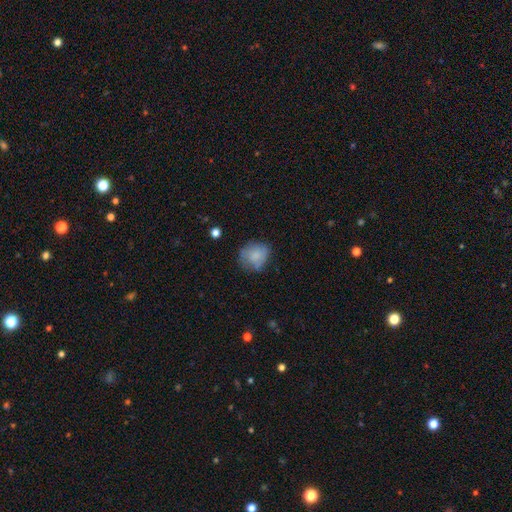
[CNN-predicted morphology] A smooth galaxy with no disk features (75%) that is round (69%).

Vote fractions:
- Smooth or featured? smooth: 75% / featured or disk: 16% / star or artifact: 8%
- How rounded? round: 69% / in between: 30% / cigar-shaped: 1%
- Merging? none: 62% / minor disturbance: 27% / major disturbance: 10% / merger: 2%